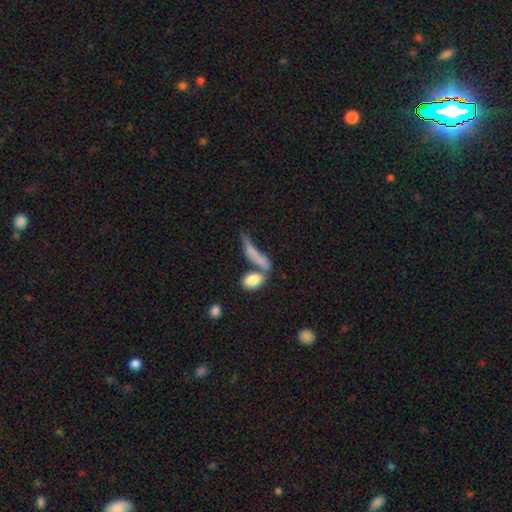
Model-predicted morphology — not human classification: Smooth or featured? smooth (70%)
How rounded? cigar-shaped (57%)
Merging? none (35%)